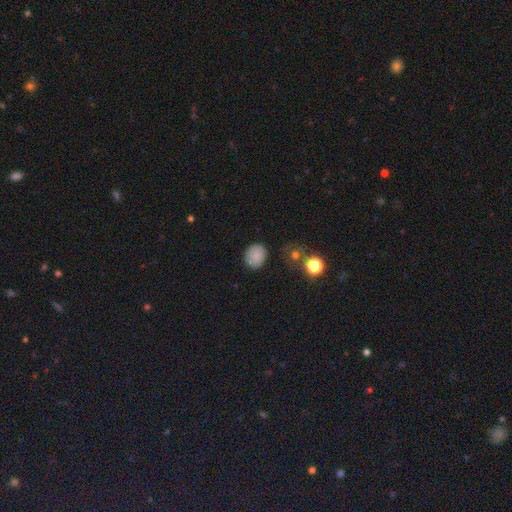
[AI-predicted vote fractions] Q: Smooth or featured?
A: smooth (83%); runner-up: star or artifact (10%)
Q: How rounded?
A: round (60%); runner-up: in between (39%)
Q: Merging?
A: none (82%); runner-up: minor disturbance (13%)